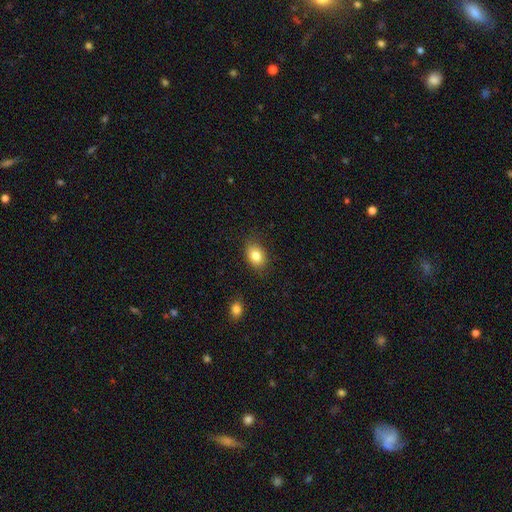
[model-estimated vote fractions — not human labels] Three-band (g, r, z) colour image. It shows a smooth galaxy with no disk features (83%) that is in between round and cigar-shaped (74%). Merging: none (84%).